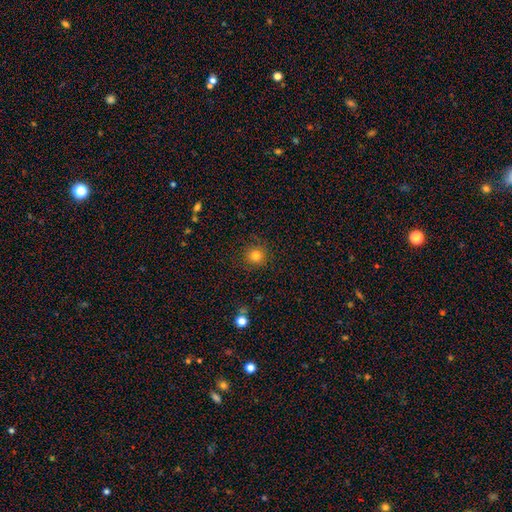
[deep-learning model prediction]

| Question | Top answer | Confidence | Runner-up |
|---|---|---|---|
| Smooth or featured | smooth | 82% | star or artifact (13%) |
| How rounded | round | 93% | in between (6%) |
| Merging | none | 88% | minor disturbance (8%) |